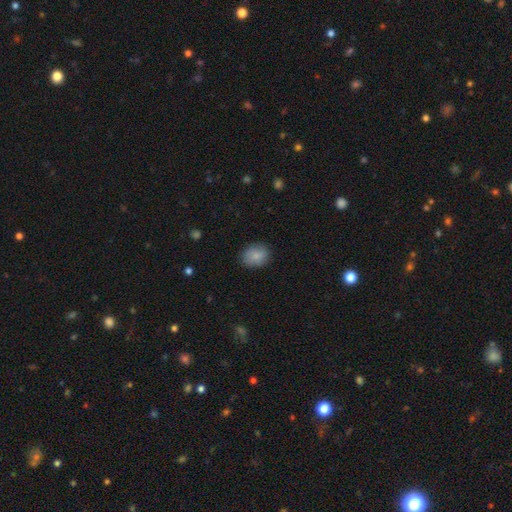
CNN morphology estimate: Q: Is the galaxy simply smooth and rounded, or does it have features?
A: smooth — 85%.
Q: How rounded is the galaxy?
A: in between — 55%.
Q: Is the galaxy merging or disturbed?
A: none — 84%.